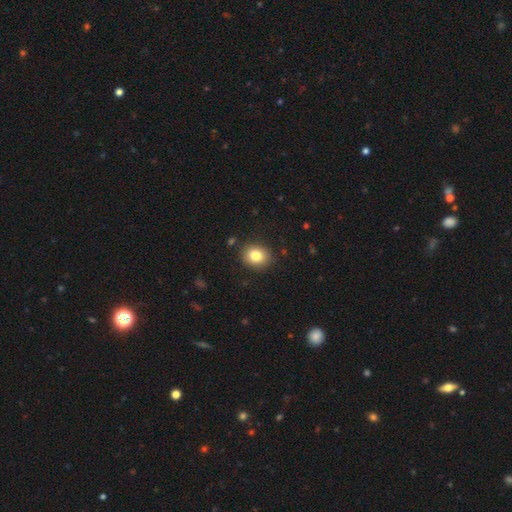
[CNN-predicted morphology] type=smooth (82%); roundness=round (67%); merging=none (89%).